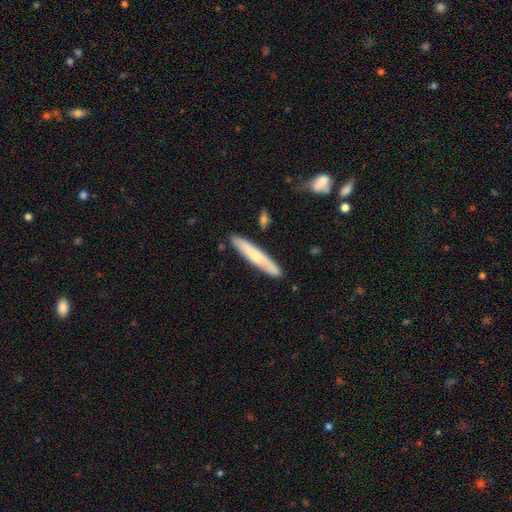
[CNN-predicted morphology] Overall: smooth (58%; featured or disk 36%). How rounded: cigar-shaped (93%). Merging: none (86%).